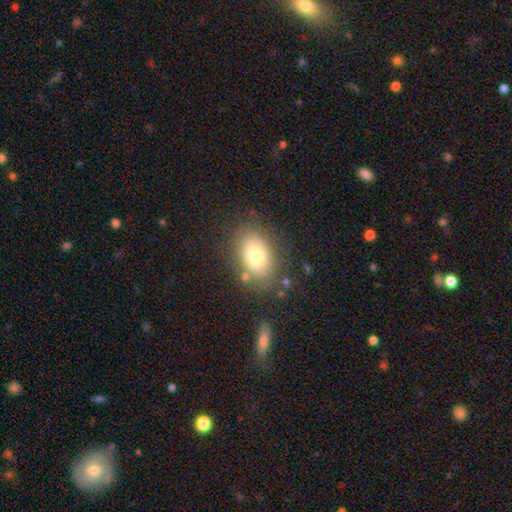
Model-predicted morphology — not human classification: A smooth galaxy with no disk features (75%) that is in between round and cigar-shaped (81%).

Vote fractions:
- Smooth or featured? smooth: 75% / featured or disk: 16% / star or artifact: 9%
- How rounded? in between: 81% / round: 17% / cigar-shaped: 1%
- Merging? none: 77% / minor disturbance: 13% / major disturbance: 5% / merger: 4%